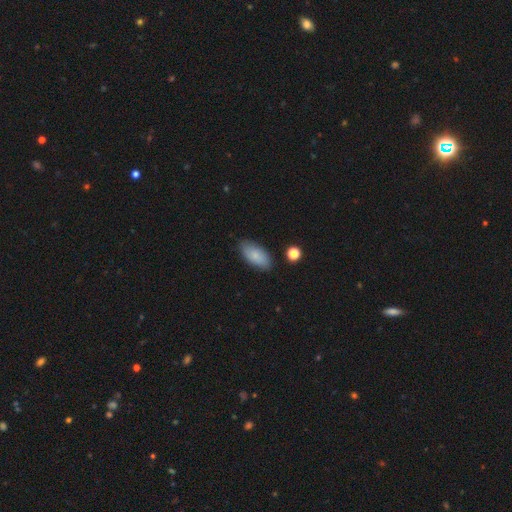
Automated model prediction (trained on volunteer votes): This appears to be a smooth galaxy with no disk features (82%) that is in between round and cigar-shaped (91%). Merging: none (83%).